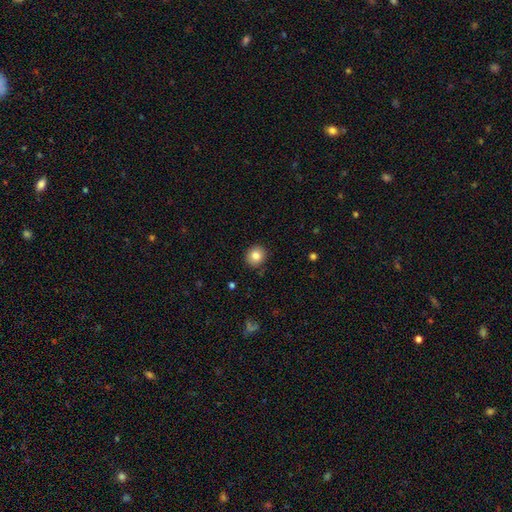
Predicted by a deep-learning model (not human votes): A smooth galaxy with no disk features (83%) that is round (85%).

Vote fractions:
- Smooth or featured? smooth: 83% / star or artifact: 10% / featured or disk: 8%
- How rounded? round: 85% / in between: 14% / cigar-shaped: 1%
- Merging? none: 89% / minor disturbance: 7% / major disturbance: 2% / merger: 1%